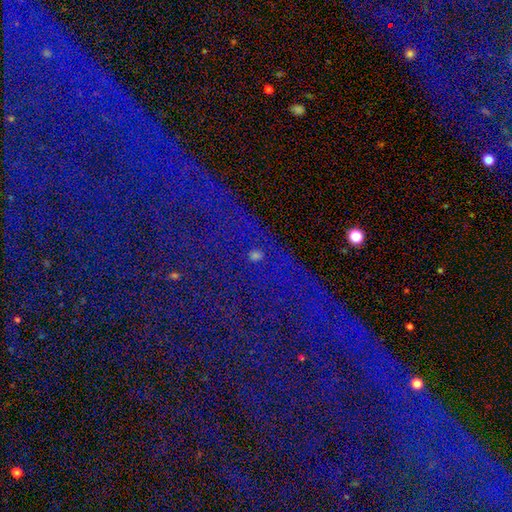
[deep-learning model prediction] Morphology: type=star or artifact (73%).